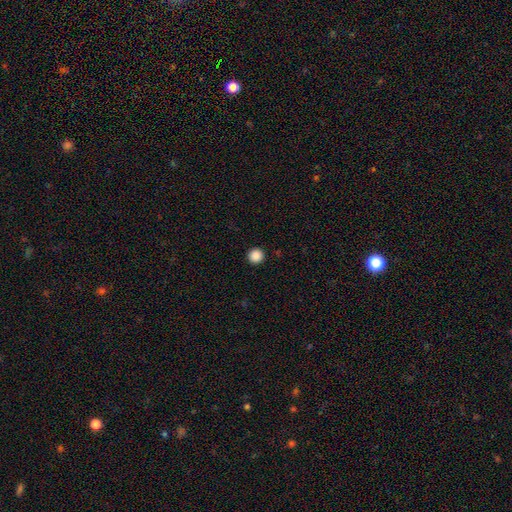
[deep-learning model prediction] smooth-or-featured: smooth: 88% | star or artifact: 10% | featured or disk: 2%
  how-rounded: round: 96% | in between: 3% | cigar-shaped: 1%
  merging: none: 94% | minor disturbance: 4% | major disturbance: 2% | merger: 1%